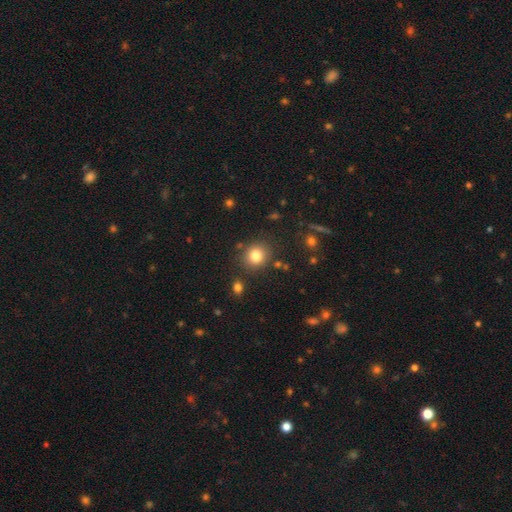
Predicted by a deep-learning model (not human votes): The model was most divided on "how rounded": round: 78%, in between: 21%, cigar-shaped: 1%. More confident: merging — none (83%); smooth or featured — smooth (80%).